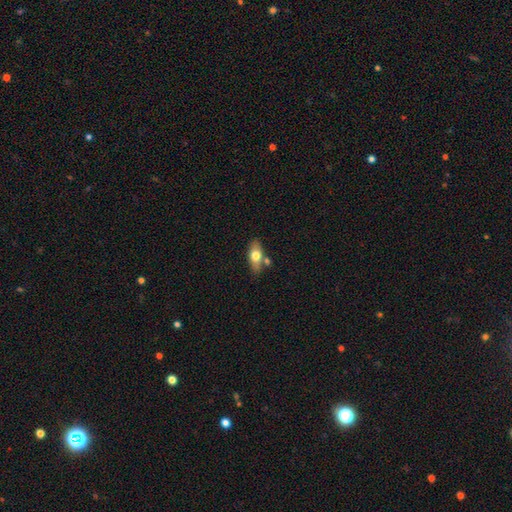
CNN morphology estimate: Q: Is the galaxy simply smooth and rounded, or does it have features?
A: smooth — 67%.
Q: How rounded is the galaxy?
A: in between — 81%.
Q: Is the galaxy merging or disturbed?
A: none — 66%.